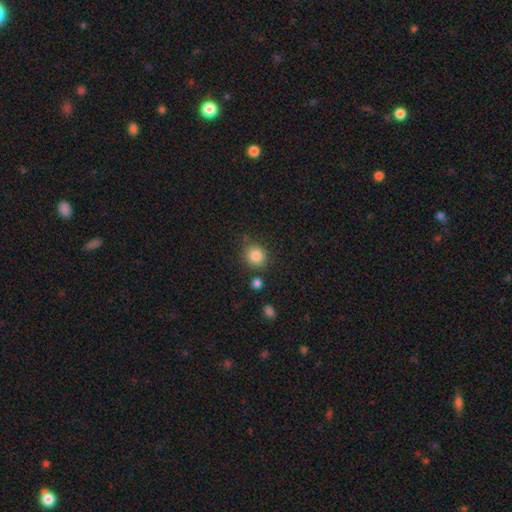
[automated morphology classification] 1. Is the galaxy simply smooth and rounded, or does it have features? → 85% smooth, 10% star or artifact, 5% featured or disk.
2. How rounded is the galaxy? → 86% round, 13% in between, 1% cigar-shaped.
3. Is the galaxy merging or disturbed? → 80% none, 10% minor disturbance, 6% merger, 3% major disturbance.